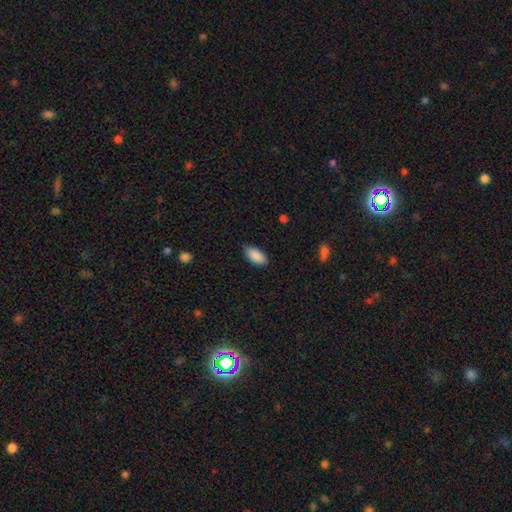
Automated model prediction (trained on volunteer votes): smooth_or_featured: smooth (p=0.90) [alt: star or artifact p=0.07]
how_rounded: in between (p=0.93) [alt: cigar-shaped p=0.05]
merging: none (p=0.82) [alt: minor disturbance p=0.15]